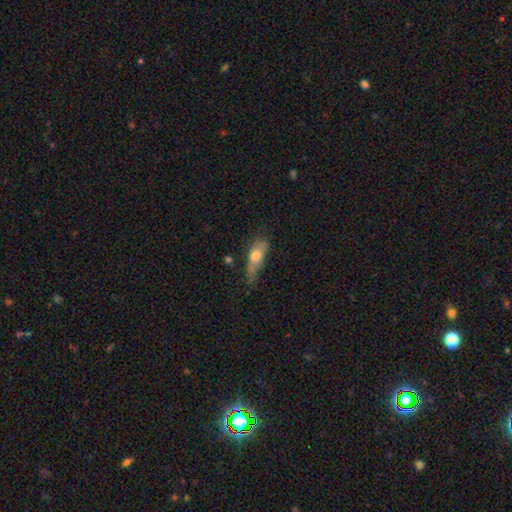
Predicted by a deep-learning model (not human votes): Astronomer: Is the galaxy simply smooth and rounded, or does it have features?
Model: smooth — 68%.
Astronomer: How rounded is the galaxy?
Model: in between — 63%.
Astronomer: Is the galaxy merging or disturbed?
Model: minor disturbance — 39%, tied with none at 39%.